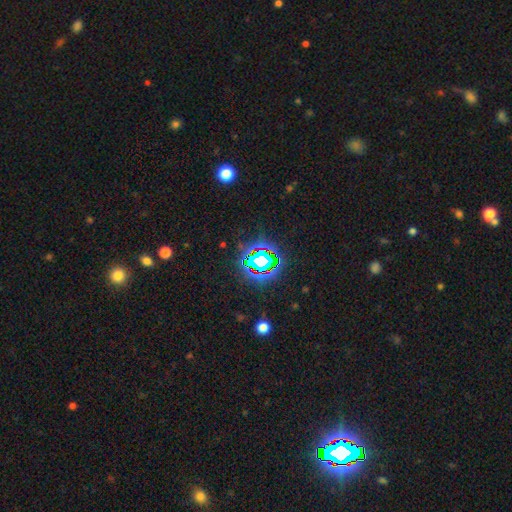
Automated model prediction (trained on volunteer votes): A star or artifact, not a galaxy (74%).

Vote fractions:
- Smooth or featured? star or artifact: 74% / smooth: 15% / featured or disk: 11%